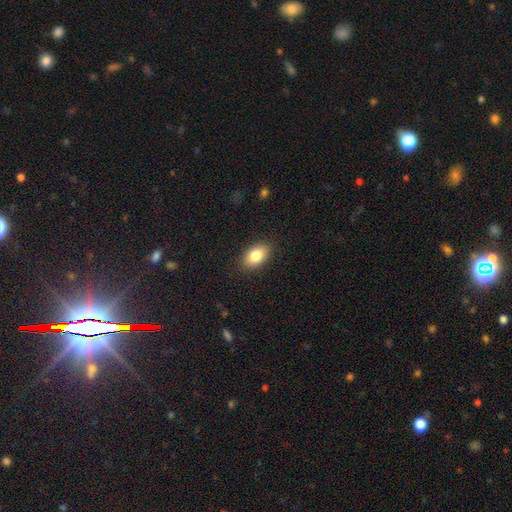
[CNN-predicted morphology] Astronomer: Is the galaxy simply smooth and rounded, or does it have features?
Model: smooth — 83%.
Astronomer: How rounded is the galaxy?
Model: in between — 90%.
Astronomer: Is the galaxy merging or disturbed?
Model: none — 87%.